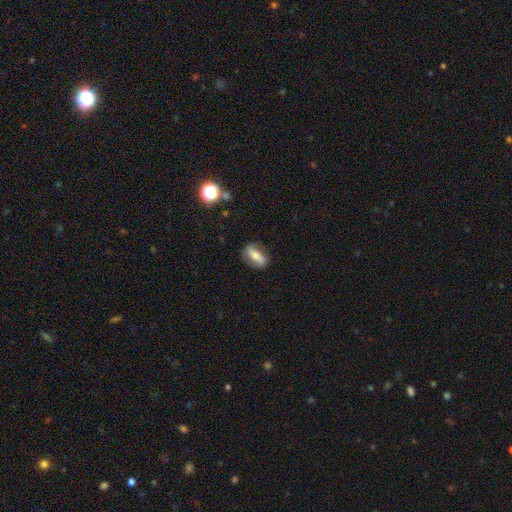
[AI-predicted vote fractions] The model was most divided on "smooth or featured": featured or disk: 52%, smooth: 39%, star or artifact: 8%. More confident: edge-on disk — no (86%); merging — none (76%).